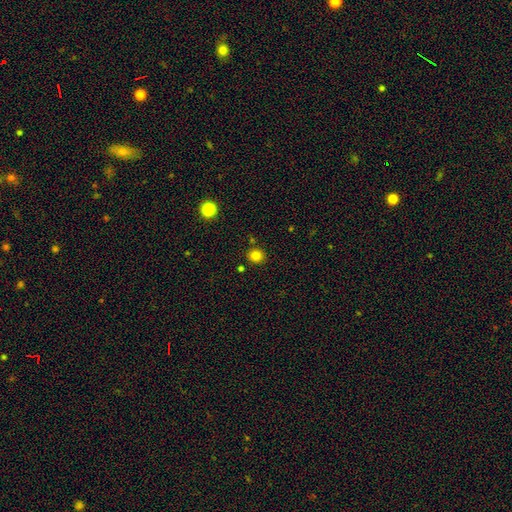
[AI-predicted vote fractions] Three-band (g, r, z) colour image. It shows a smooth galaxy with no disk features (81%) that is round (86%). Merging: none (85%).